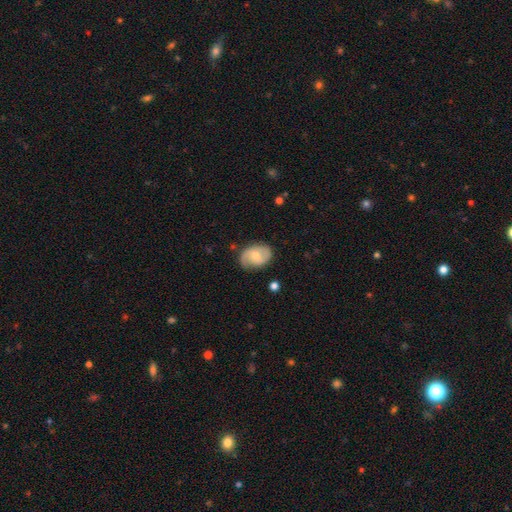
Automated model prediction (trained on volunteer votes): featured or disk 60%, smooth 33%, star or artifact 6%. Down the decision tree: edge-on disk — no (97%); bar — no (55%); spiral arms — yes (86%); spiral arm count — 2 (81%); spiral winding — medium (44%); bulge size — moderate (52%); merging — none (74%).